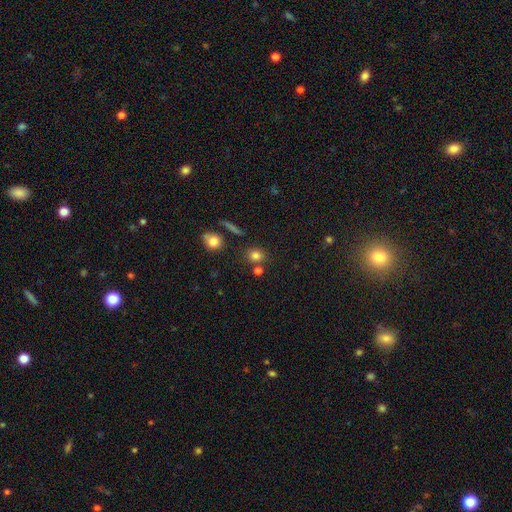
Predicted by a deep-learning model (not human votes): The model was most divided on "how rounded": round: 74%, in between: 24%, cigar-shaped: 2%. More confident: smooth or featured — smooth (79%); merging — none (73%).